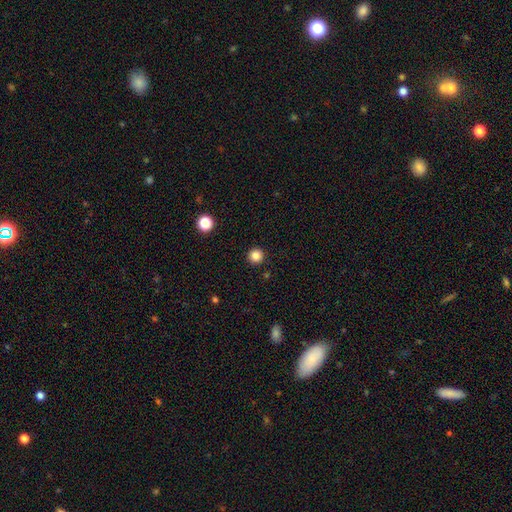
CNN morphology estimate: Smooth or featured?
  - smooth: 85% *
  - star or artifact: 12%
  - featured or disk: 4%
How rounded?
  - round: 96% *
  - in between: 3%
  - cigar-shaped: 1%
Merging?
  - none: 93% *
  - minor disturbance: 4%
  - major disturbance: 2%
  - merger: 1%